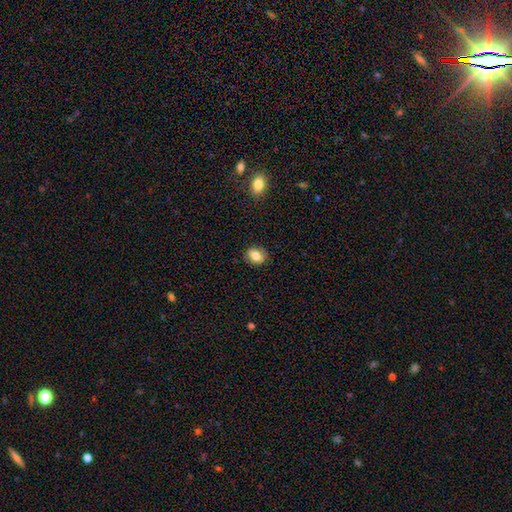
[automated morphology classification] This appears to be a smooth galaxy with no disk features (80%) that is in between round and cigar-shaped (57%). Merging: none (86%).